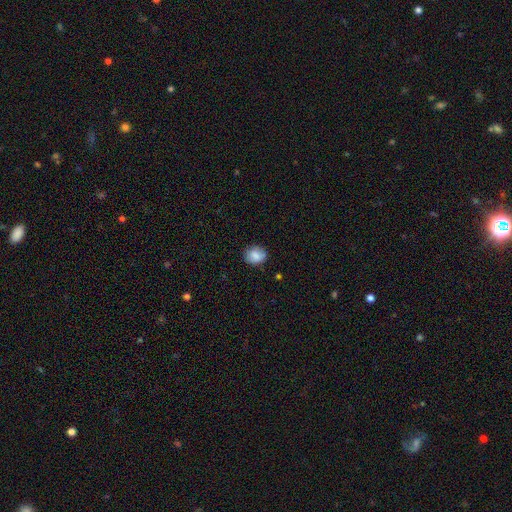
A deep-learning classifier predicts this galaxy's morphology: This appears to be a smooth galaxy with no disk features (83%) that is round (66%). Merging: none (79%).